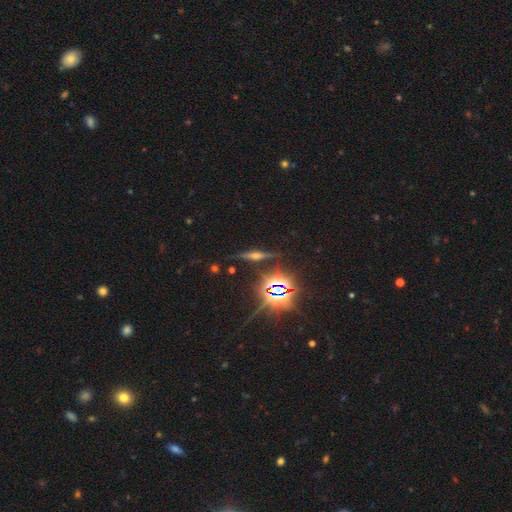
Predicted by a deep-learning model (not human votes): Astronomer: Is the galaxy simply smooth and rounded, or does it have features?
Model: featured or disk — 54% (runner-up: star or artifact, 31%).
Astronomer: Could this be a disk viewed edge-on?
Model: yes — 94%.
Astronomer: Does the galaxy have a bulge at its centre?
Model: rounded — 87%.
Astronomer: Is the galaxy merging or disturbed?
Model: none — 85%.